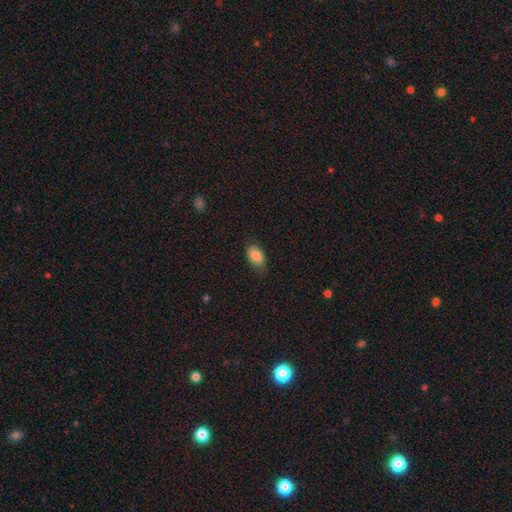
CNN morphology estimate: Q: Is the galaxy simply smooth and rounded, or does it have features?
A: smooth — 85%.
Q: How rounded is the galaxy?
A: in between — 91%.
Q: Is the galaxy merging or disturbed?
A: none — 75%.